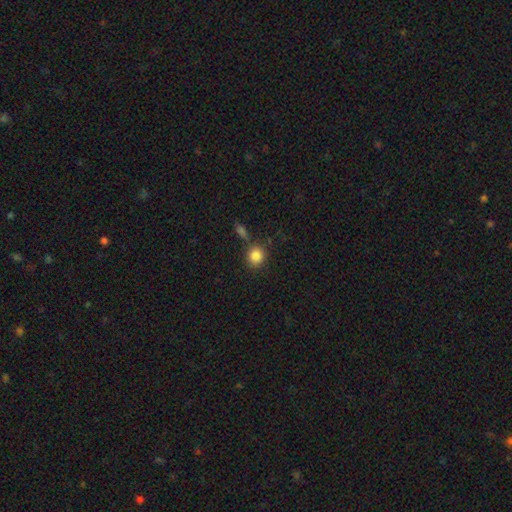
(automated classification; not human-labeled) A smooth galaxy with no disk features (86%) that is round (85%).

Vote fractions:
- Smooth or featured? smooth: 86% / star or artifact: 10% / featured or disk: 5%
- How rounded? round: 85% / in between: 14% / cigar-shaped: 1%
- Merging? none: 76% / minor disturbance: 10% / merger: 10% / major disturbance: 4%